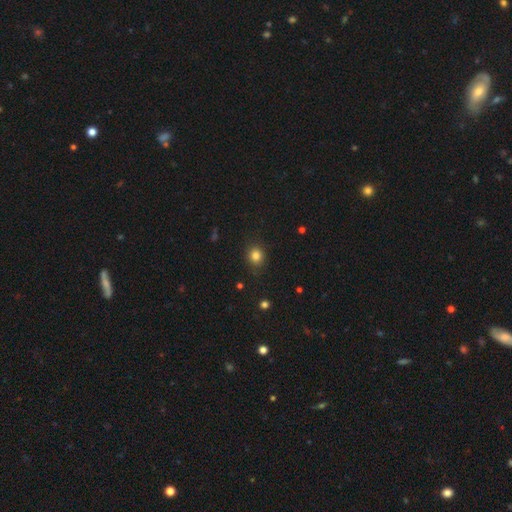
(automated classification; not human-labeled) Overall: smooth (83%). How rounded: round (78%). Merging: none (86%).